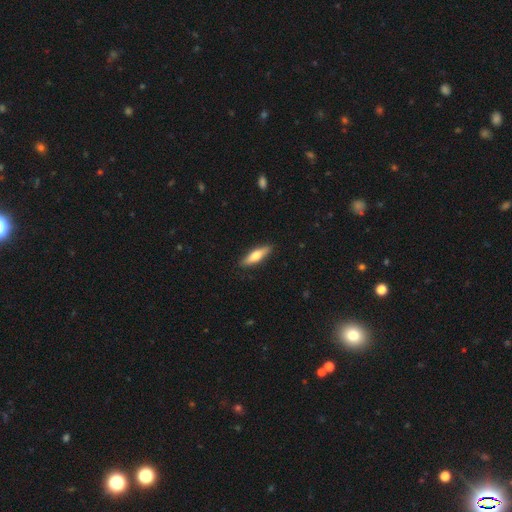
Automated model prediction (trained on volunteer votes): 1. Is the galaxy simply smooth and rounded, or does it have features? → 58% smooth, 36% featured or disk, 5% star or artifact.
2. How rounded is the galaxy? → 67% cigar-shaped, 31% in between, 2% round.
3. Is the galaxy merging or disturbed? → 89% none, 8% minor disturbance, 2% major disturbance, 1% merger.